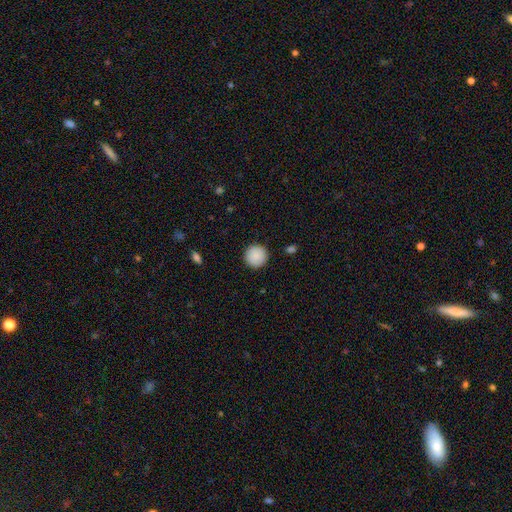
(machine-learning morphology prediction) smooth 89%, star or artifact 7%, featured or disk 3%. Down the decision tree: how rounded — round (95%); merging — none (92%).